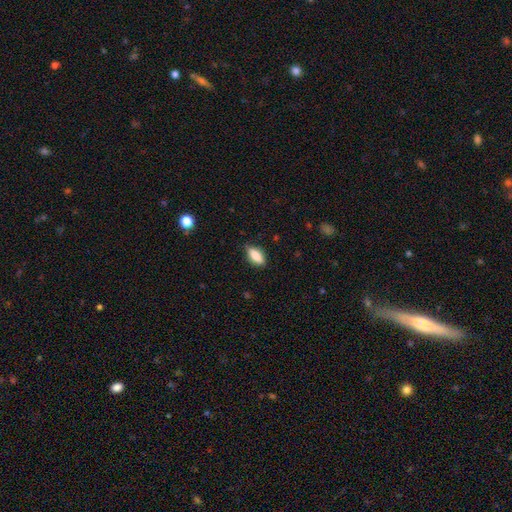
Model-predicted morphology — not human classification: Smooth or featured? smooth (81%)
How rounded? in between (80%)
Merging? none (80%)